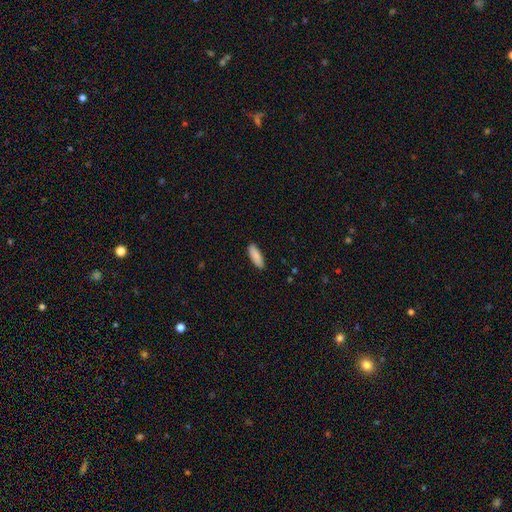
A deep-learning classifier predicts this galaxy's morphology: The model was most divided on "how rounded": in between: 58%, cigar-shaped: 40%, round: 2%. More confident: smooth or featured — smooth (89%); merging — none (88%).